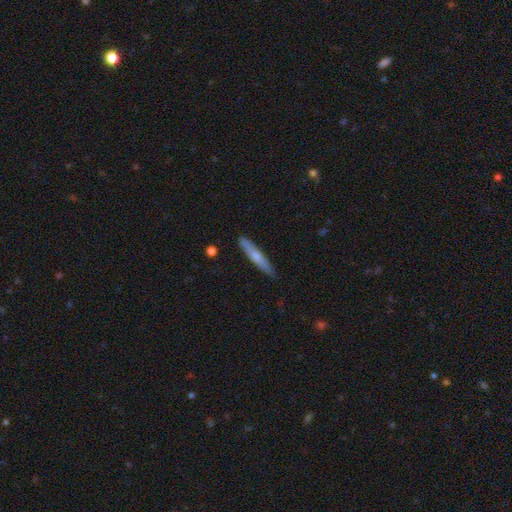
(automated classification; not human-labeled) This appears to be a smooth galaxy with no disk features (57%) that is cigar-shaped (92%). Merging: none (87%).